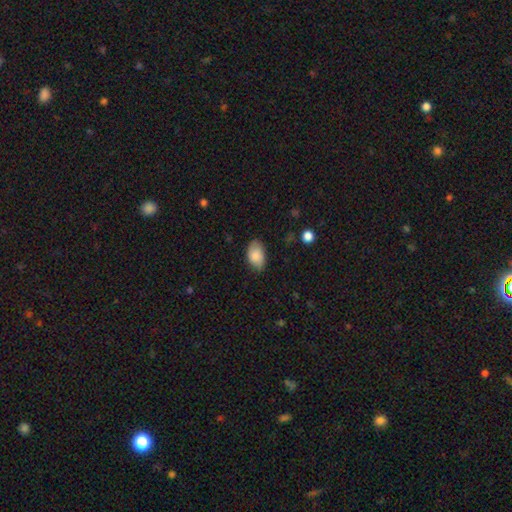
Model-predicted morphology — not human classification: Smooth or featured? smooth (85%)
How rounded? in between (91%)
Merging? none (79%)